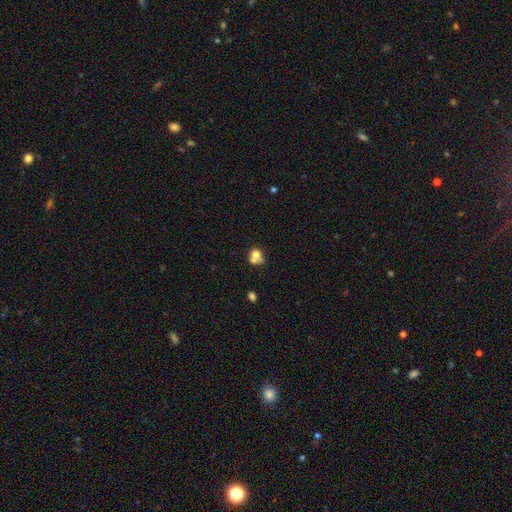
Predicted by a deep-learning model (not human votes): smooth 68%, featured or disk 20%, star or artifact 12%. Down the decision tree: how rounded — round (69%); merging — merger (55%).